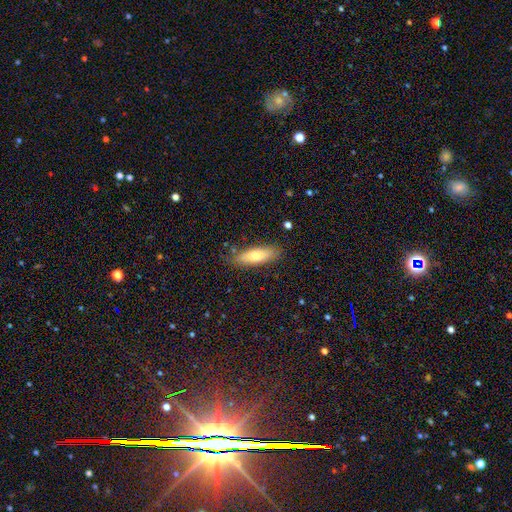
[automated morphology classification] A smooth galaxy with no disk features (70%) that is in between round and cigar-shaped (50%).

Vote fractions:
- Smooth or featured? smooth: 70% / featured or disk: 23% / star or artifact: 7%
- How rounded? in between: 50% / cigar-shaped: 48% / round: 2%
- Merging? none: 83% / minor disturbance: 12% / major disturbance: 3% / merger: 2%